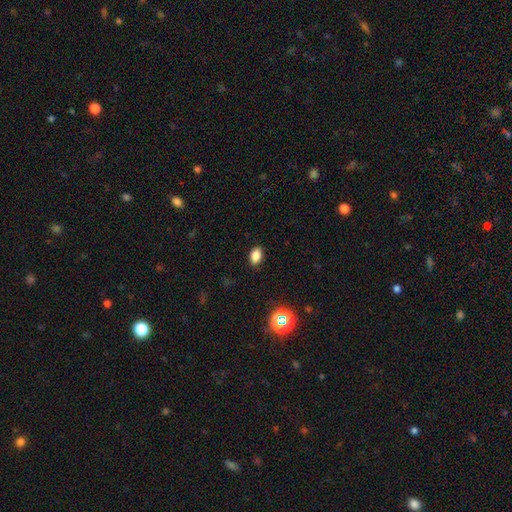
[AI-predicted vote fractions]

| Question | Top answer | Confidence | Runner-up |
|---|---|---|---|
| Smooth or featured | smooth | 84% | star or artifact (12%) |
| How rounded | in between | 86% | round (13%) |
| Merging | none | 88% | minor disturbance (8%) |